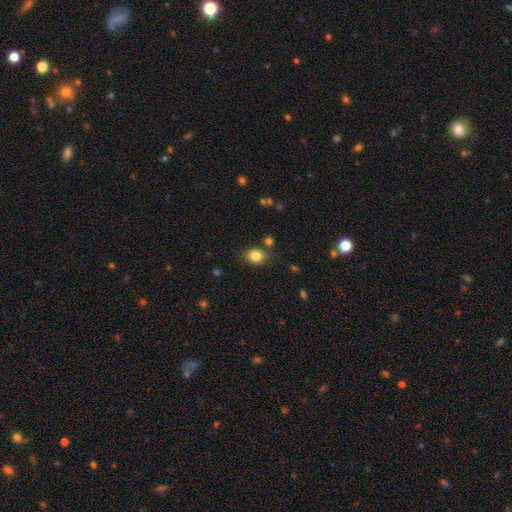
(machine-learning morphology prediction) The model was most divided on "how rounded": in between: 58%, round: 41%, cigar-shaped: 1%. More confident: smooth or featured — smooth (83%); merging — none (78%).